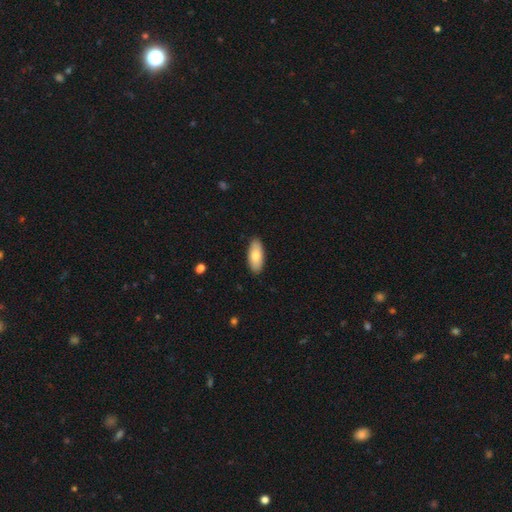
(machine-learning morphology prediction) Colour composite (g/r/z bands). It shows a smooth galaxy with no disk features (79%) that is in between round and cigar-shaped (86%). Merging: none (89%).